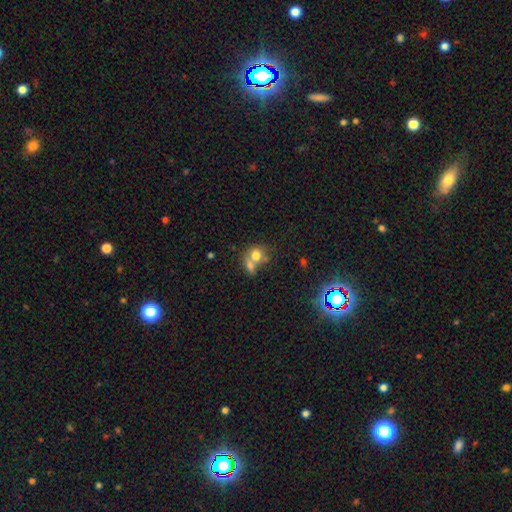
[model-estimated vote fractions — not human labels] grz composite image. It shows a smooth galaxy with no disk features (73%) that is round (64%). Merging: merger (57%).